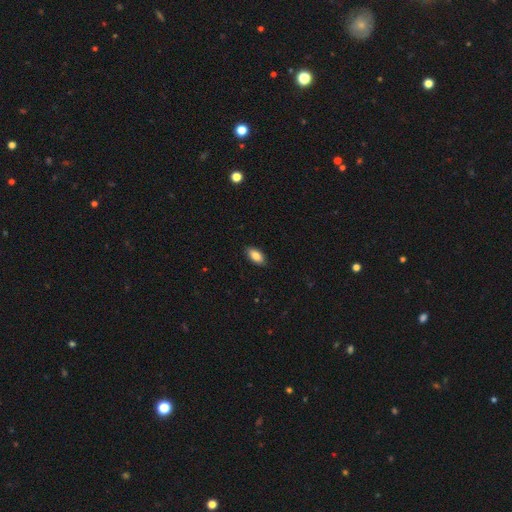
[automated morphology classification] Smooth or featured: smooth — 86% (star or artifact — 7%)
How rounded: in between — 92% (cigar-shaped — 5%)
Merging: none — 88% (minor disturbance — 9%)